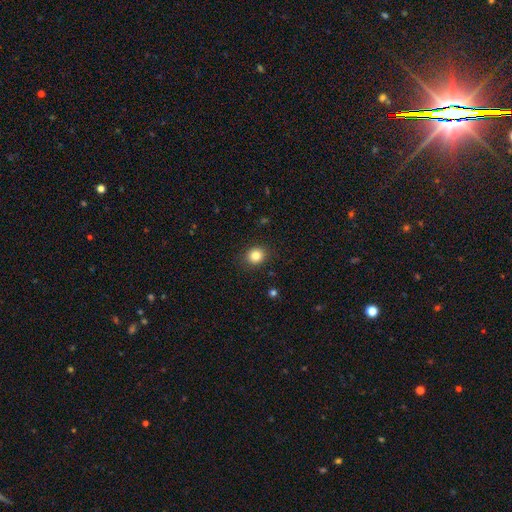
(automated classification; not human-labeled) smooth 84%, star or artifact 11%, featured or disk 5%. Down the decision tree: how rounded — round (78%); merging — none (90%).